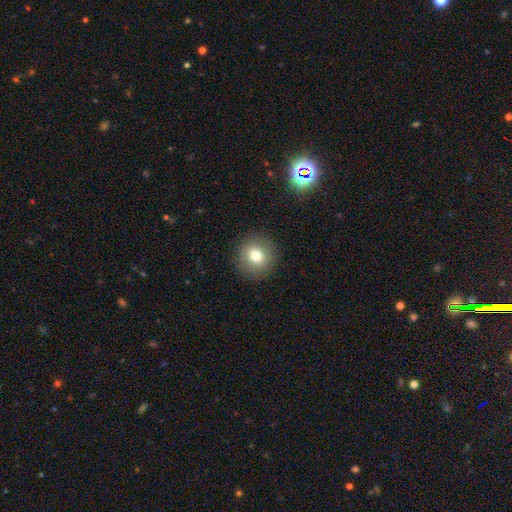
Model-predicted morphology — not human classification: This appears to be a smooth galaxy with no disk features (78%) that is round (90%). Merging: none (90%).